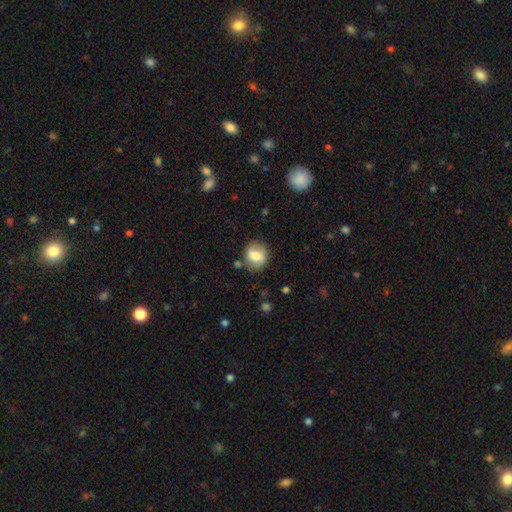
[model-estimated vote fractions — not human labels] A smooth galaxy with no disk features (70%) that is round (74%).

Vote fractions:
- Smooth or featured? smooth: 70% / featured or disk: 22% / star or artifact: 8%
- How rounded? round: 74% / in between: 25% / cigar-shaped: 1%
- Merging? none: 75% / minor disturbance: 16% / major disturbance: 5% / merger: 4%